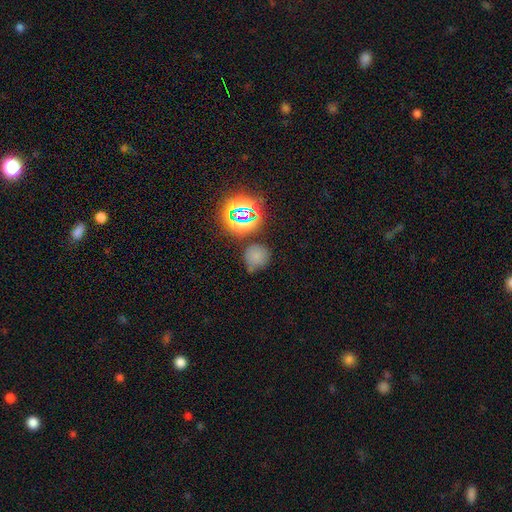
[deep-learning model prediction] smooth 65%, star or artifact 27%, featured or disk 8%. Down the decision tree: how rounded — round (87%); merging — none (68%).